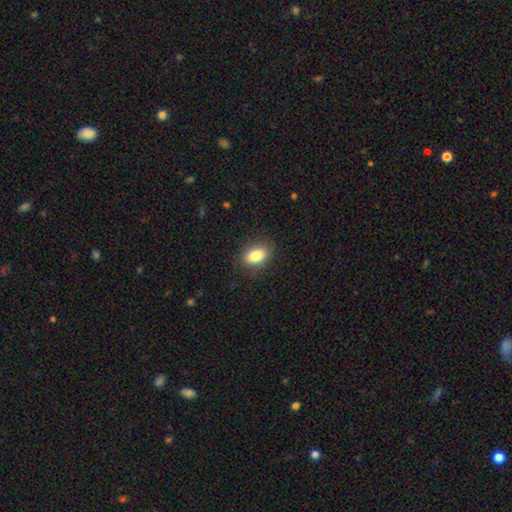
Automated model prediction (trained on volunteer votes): A smooth galaxy with no disk features (83%) that is in between round and cigar-shaped (82%).

Vote fractions:
- Smooth or featured? smooth: 83% / star or artifact: 8% / featured or disk: 8%
- How rounded? in between: 82% / round: 16% / cigar-shaped: 1%
- Merging? none: 86% / minor disturbance: 10% / major disturbance: 3% / merger: 1%